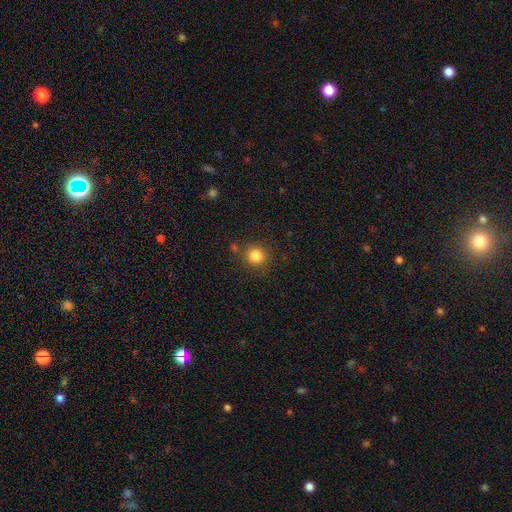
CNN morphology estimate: smooth 84%, star or artifact 12%, featured or disk 5%. Down the decision tree: how rounded — round (92%); merging — none (83%).